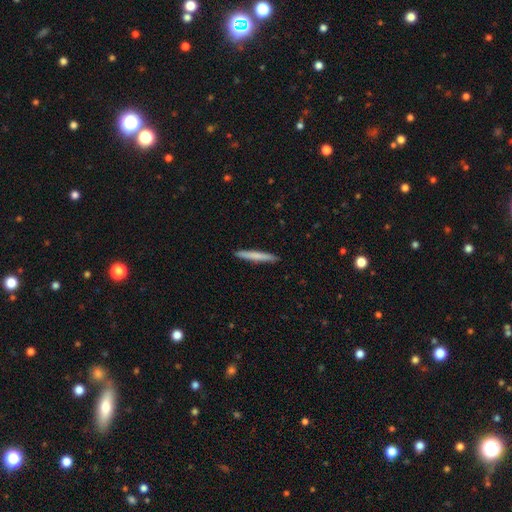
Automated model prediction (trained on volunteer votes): Morphology: type=smooth (72%); roundness=cigar-shaped (96%); merging=none (93%).